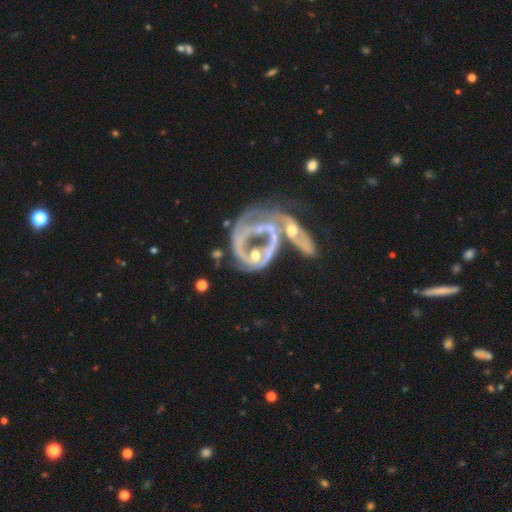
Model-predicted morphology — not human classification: The model was most divided on "bulge size": none: 37%, moderate: 32%, small: 24%, large: 4%, dominant: 2%. More confident: edge-on disk — no (97%); bar — no (76%); smooth or featured — featured or disk (75%); spiral arms — no (60%); merging — merger (53%).